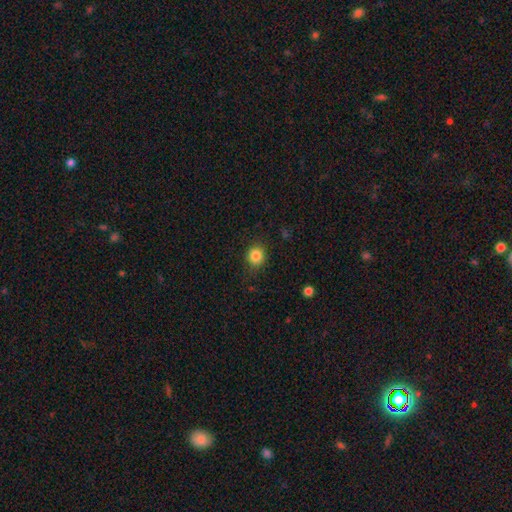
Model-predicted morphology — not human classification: A smooth galaxy with no disk features (85%) that is round (80%).

Vote fractions:
- Smooth or featured? smooth: 85% / star or artifact: 11% / featured or disk: 5%
- How rounded? round: 80% / in between: 19% / cigar-shaped: 1%
- Merging? none: 83% / minor disturbance: 12% / major disturbance: 3% / merger: 1%